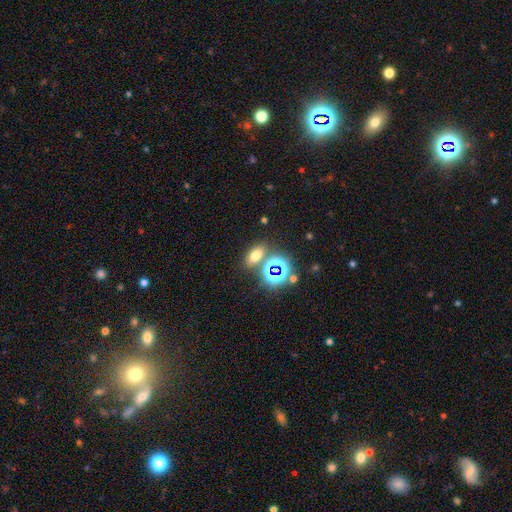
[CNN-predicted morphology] smooth_or_featured: smooth (p=0.60) [alt: star or artifact p=0.29]
how_rounded: in between (p=0.74) [alt: round p=0.20]
merging: none (p=0.73) [alt: merger p=0.14]